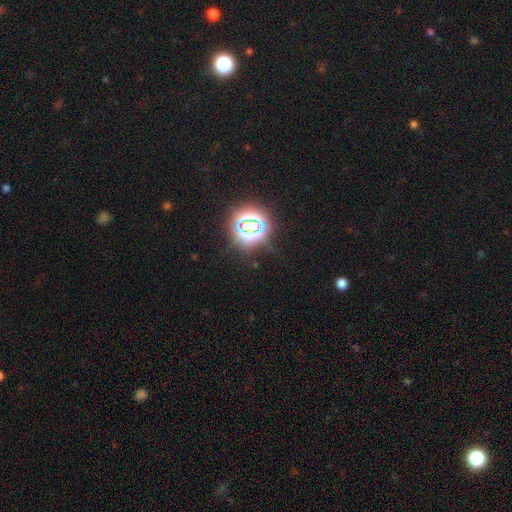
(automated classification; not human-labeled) star or artifact 79%, smooth 16%, featured or disk 5%.